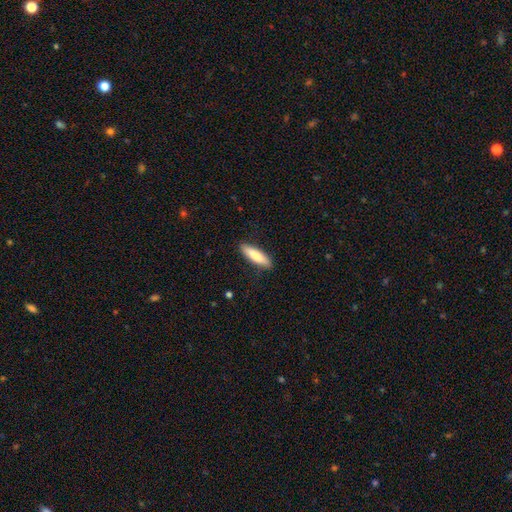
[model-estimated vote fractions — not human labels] The model was most divided on "how rounded": cigar-shaped: 65%, in between: 34%, round: 1%. More confident: merging — none (87%); smooth or featured — smooth (79%).